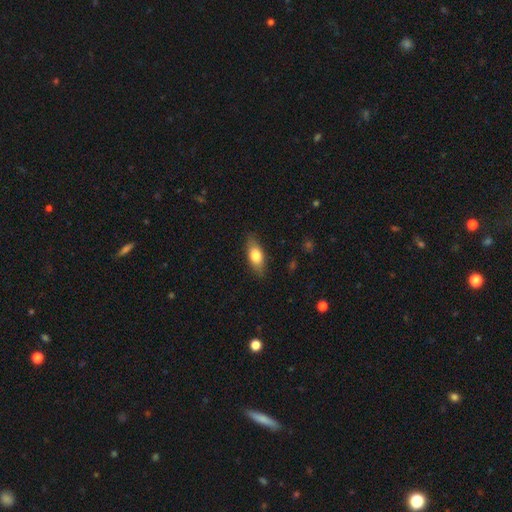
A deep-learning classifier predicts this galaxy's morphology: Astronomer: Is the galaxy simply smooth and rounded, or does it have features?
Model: smooth — 76%.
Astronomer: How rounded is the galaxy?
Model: in between — 81%.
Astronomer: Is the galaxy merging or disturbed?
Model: none — 84%.